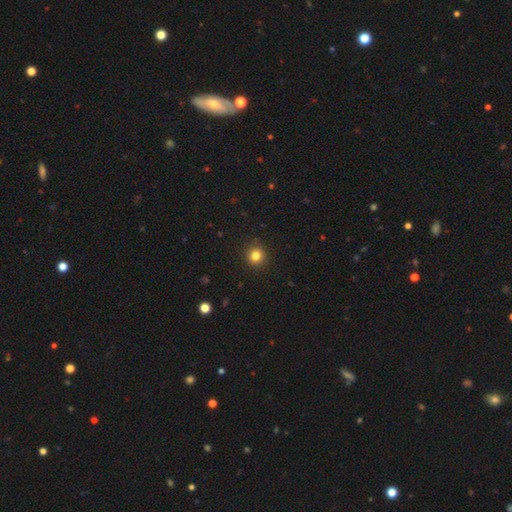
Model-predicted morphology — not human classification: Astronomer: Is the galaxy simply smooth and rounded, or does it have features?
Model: smooth — 82%.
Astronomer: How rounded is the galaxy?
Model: round — 91%.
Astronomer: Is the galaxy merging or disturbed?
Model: none — 92%.